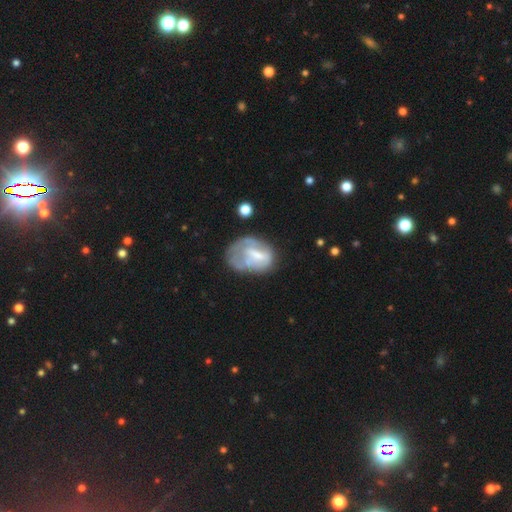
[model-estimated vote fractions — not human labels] Overall: featured or disk (49%; smooth 43%). Merging: none (34%; major disturbance 32%).